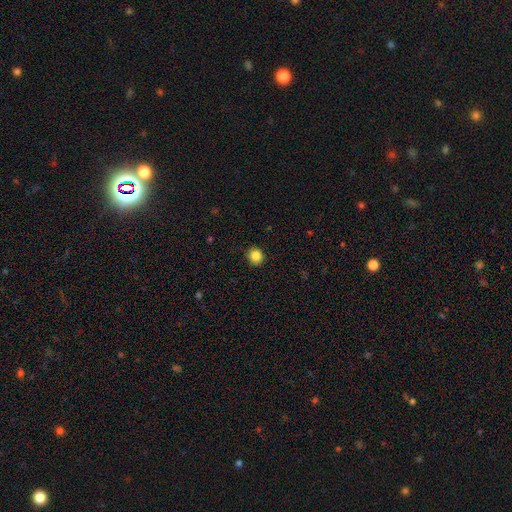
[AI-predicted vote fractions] smooth-or-featured: smooth: 85% | star or artifact: 10% | featured or disk: 4%
  how-rounded: round: 86% | in between: 13% | cigar-shaped: 1%
  merging: none: 91% | minor disturbance: 6% | major disturbance: 2% | merger: 1%